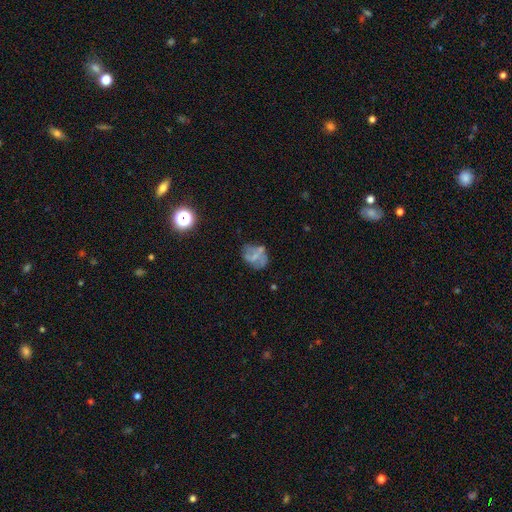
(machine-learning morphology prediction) The model was most divided on "smooth or featured": featured or disk: 49%, smooth: 37%, star or artifact: 14%. Remaining: merging — none (47%).